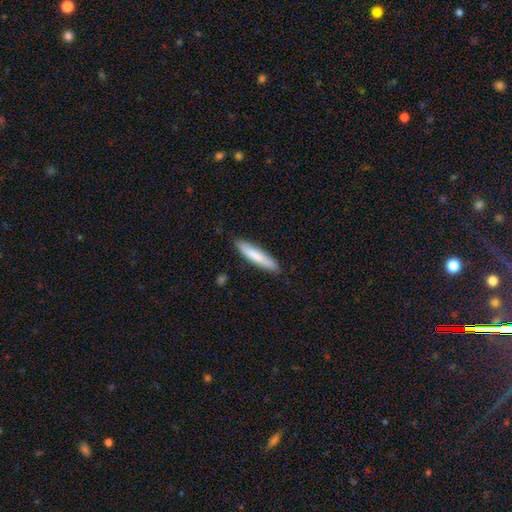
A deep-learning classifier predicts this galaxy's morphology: Smooth or featured: smooth — 76% (featured or disk — 18%)
How rounded: cigar-shaped — 89% (in between — 10%)
Merging: none — 87% (minor disturbance — 10%)